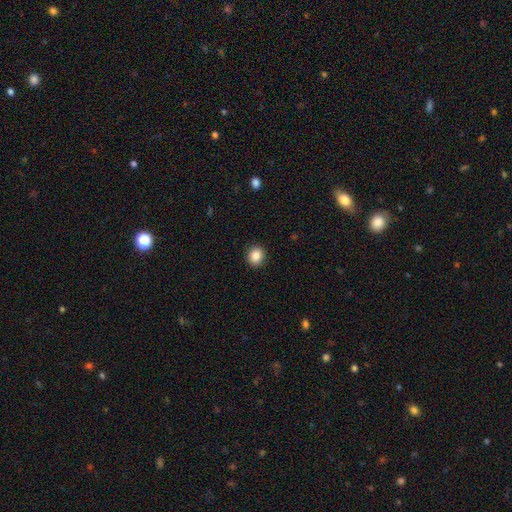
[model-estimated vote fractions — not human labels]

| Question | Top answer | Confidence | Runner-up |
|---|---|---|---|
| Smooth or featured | smooth | 86% | star or artifact (9%) |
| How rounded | round | 80% | in between (19%) |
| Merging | none | 91% | minor disturbance (6%) |